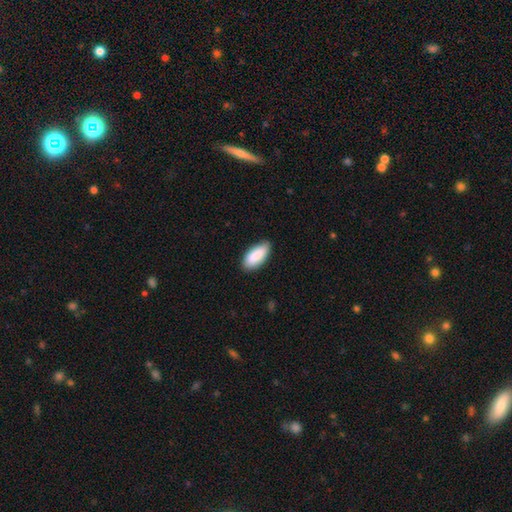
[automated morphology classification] smooth 89%, featured or disk 6%, star or artifact 6%. Down the decision tree: how rounded — in between (90%); merging — none (81%).